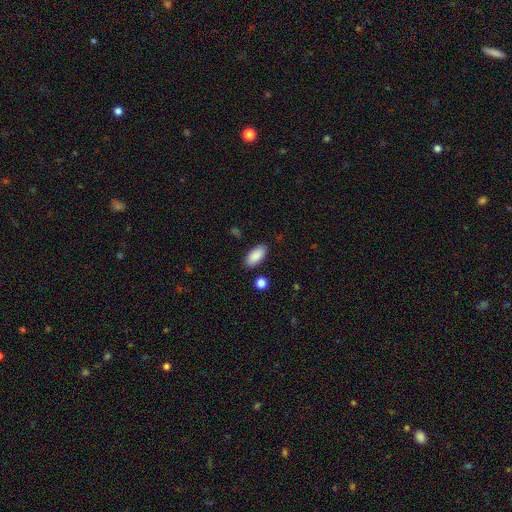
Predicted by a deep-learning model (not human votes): Smooth or featured? smooth (89%)
How rounded? in between (90%)
Merging? none (86%)